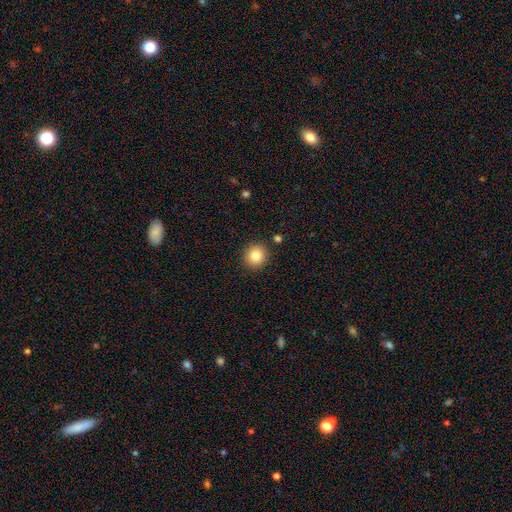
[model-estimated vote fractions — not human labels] Q: Smooth or featured?
A: smooth (84%); runner-up: star or artifact (10%)
Q: How rounded?
A: round (89%); runner-up: in between (11%)
Q: Merging?
A: none (90%); runner-up: minor disturbance (6%)